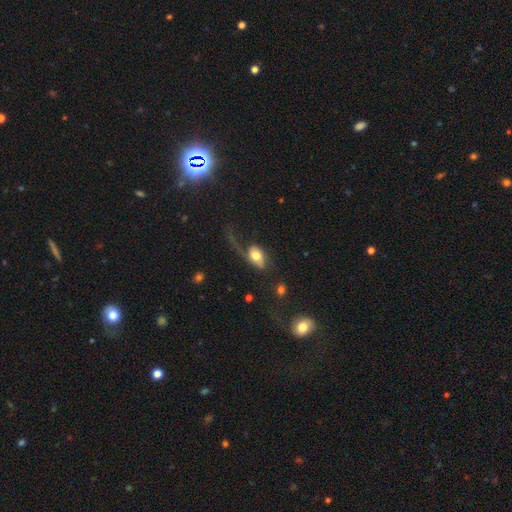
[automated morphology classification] smooth 58%, featured or disk 34%, star or artifact 8%. Down the decision tree: how rounded — in between (81%); merging — major disturbance (50%).